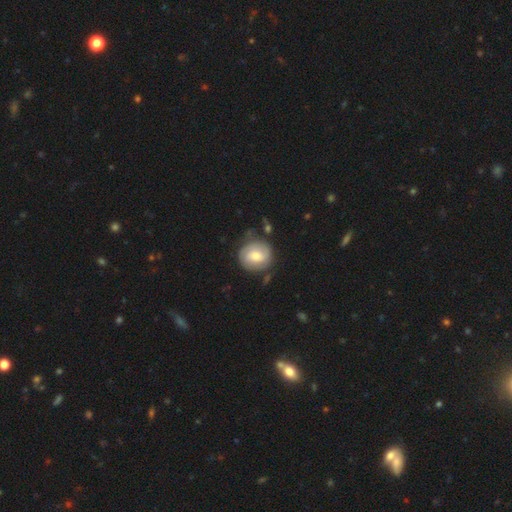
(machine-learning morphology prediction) smooth-or-featured: featured or disk: 53% | smooth: 41% | star or artifact: 6%
  disk-edge-on: no: 97% | yes: 3%
    bar: no: 51% | weak: 40% | strong: 9%
    has-spiral-arms: yes: 82% | no: 18%
    bulge-size: moderate: 60% | small: 27% | large: 9% | none: 2% | dominant: 1%
  merging: none: 70% | minor disturbance: 19% | major disturbance: 7% | merger: 3%